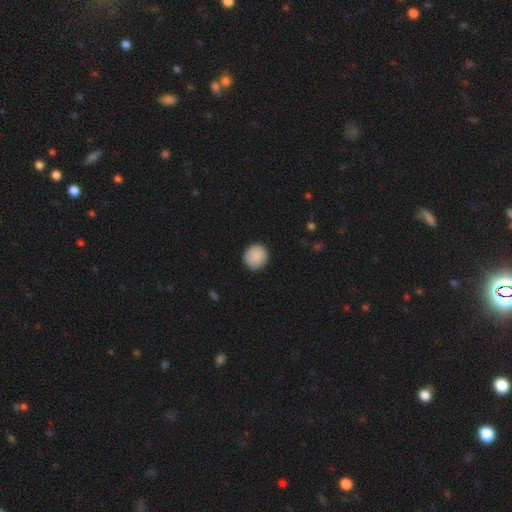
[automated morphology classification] smooth-or-featured: smooth: 89% | star or artifact: 7% | featured or disk: 4%
  how-rounded: round: 91% | in between: 8% | cigar-shaped: 1%
  merging: none: 90% | minor disturbance: 7% | major disturbance: 2% | merger: 1%